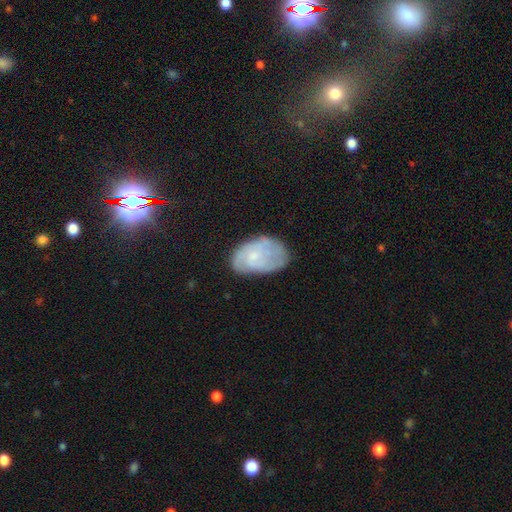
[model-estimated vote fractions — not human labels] A featured or disk galaxy (52%) with no bar (74%), spiral arms (78%) and a small central bulge (63%).

Vote fractions:
- Smooth or featured? featured or disk: 52% / smooth: 39% / star or artifact: 9%
- Edge-on disk? no: 97% / yes: 3%
- Bar? no: 74% / weak: 23% / strong: 3%
- Spiral arms? yes: 78% / no: 22%
- Bulge size? small: 63% / moderate: 18% / none: 17% / large: 2% / dominant: 1%
- Merging? none: 57% / minor disturbance: 29% / major disturbance: 12% / merger: 2%